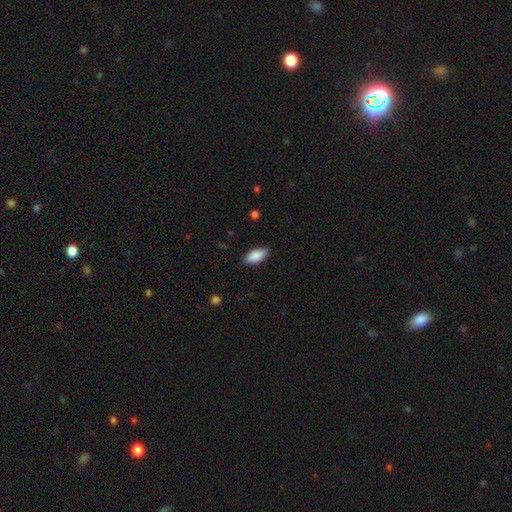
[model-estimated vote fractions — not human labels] Q: Smooth or featured?
A: smooth (89%); runner-up: star or artifact (6%)
Q: How rounded?
A: in between (89%); runner-up: cigar-shaped (9%)
Q: Merging?
A: none (88%); runner-up: minor disturbance (9%)